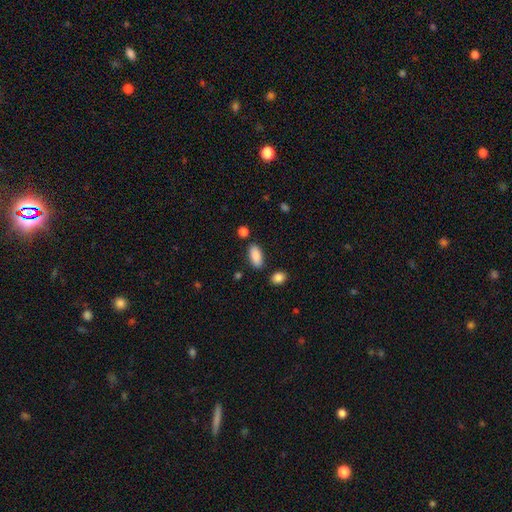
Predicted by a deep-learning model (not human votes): Overall: smooth (89%). How rounded: in between (88%). Merging: none (84%).